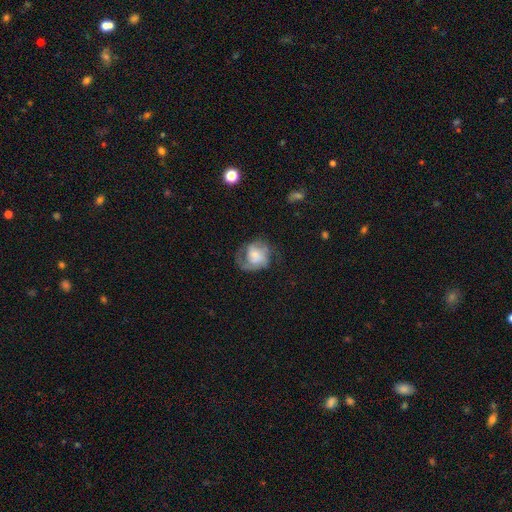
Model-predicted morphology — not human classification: This is possibly a featured or disk galaxy (51%). It is clearly not viewed edge-on (97%). Merging: marginally none (43%).